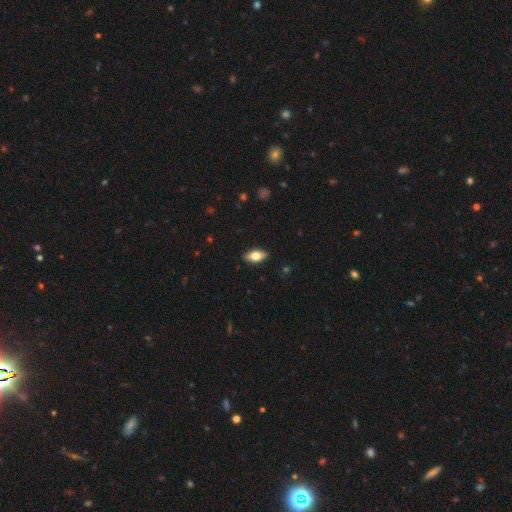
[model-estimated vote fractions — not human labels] Smooth or featured: smooth — 69% (featured or disk — 24%)
How rounded: in between — 86% (cigar-shaped — 11%)
Merging: none — 89% (minor disturbance — 8%)